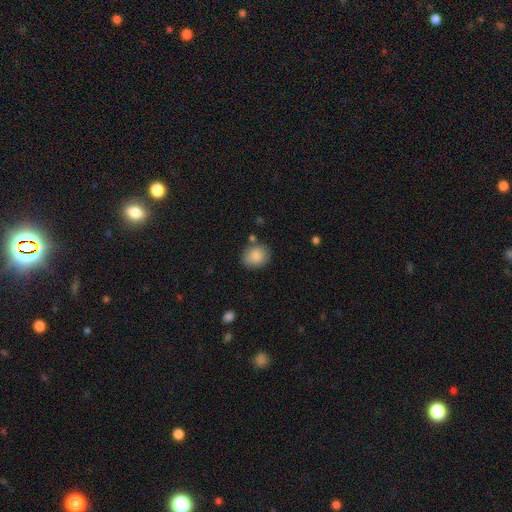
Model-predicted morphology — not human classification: Q: Smooth or featured?
A: smooth (85%); runner-up: star or artifact (8%)
Q: How rounded?
A: round (66%); runner-up: in between (33%)
Q: Merging?
A: none (79%); runner-up: minor disturbance (13%)